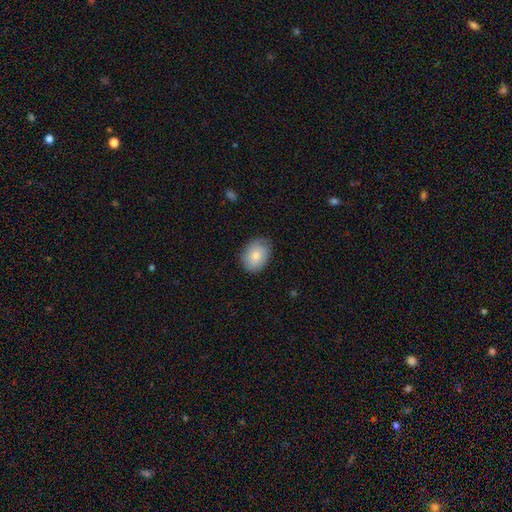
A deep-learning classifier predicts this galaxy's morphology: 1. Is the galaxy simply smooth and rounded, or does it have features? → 79% smooth, 14% featured or disk, 7% star or artifact.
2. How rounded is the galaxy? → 65% in between, 34% round, 1% cigar-shaped.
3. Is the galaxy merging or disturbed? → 79% none, 17% minor disturbance, 3% major disturbance, 1% merger.